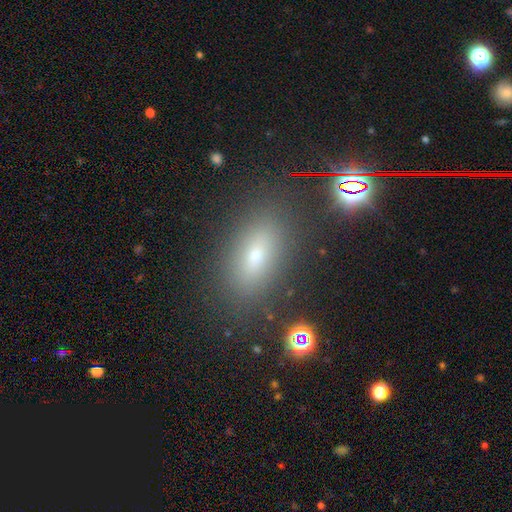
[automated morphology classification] Q: Smooth or featured?
A: smooth (63%); runner-up: featured or disk (19%)
Q: How rounded?
A: in between (80%); runner-up: round (11%)
Q: Merging?
A: none (82%); runner-up: minor disturbance (11%)